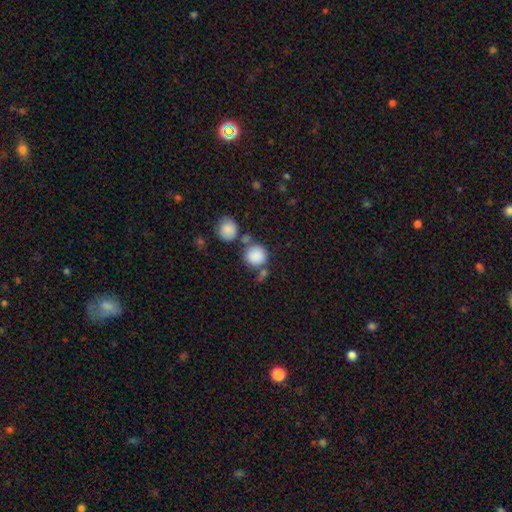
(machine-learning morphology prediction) smooth 86%, star or artifact 9%, featured or disk 5%. Down the decision tree: how rounded — round (88%); merging — none (60%).